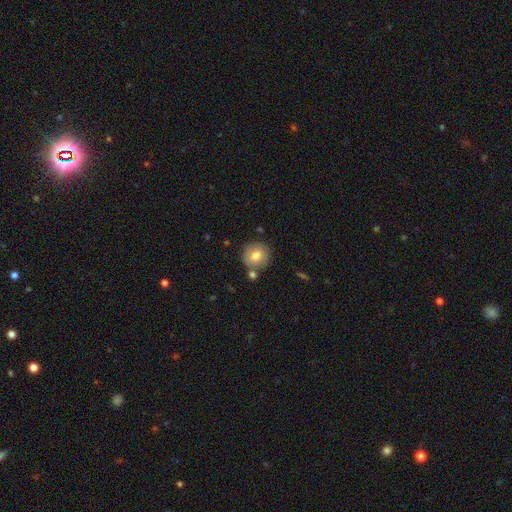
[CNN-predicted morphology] This is likely a smooth galaxy (76%). How rounded: clearly round (93%). Merging: likely none (78%).